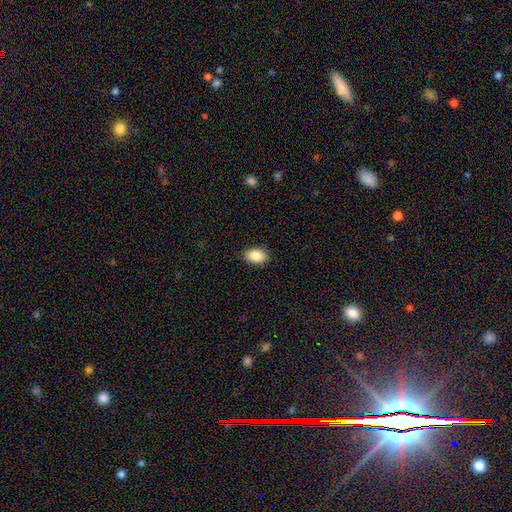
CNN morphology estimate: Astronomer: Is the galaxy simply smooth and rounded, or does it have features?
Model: smooth — 88%.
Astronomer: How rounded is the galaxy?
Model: in between — 84%.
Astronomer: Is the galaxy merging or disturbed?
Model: none — 87%.